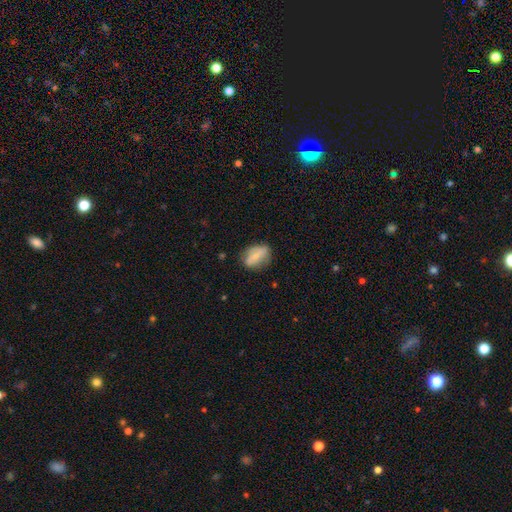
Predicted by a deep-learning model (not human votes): This is likely a smooth galaxy (61%). How rounded: clearly in between (80%). Merging: likely none (63%).